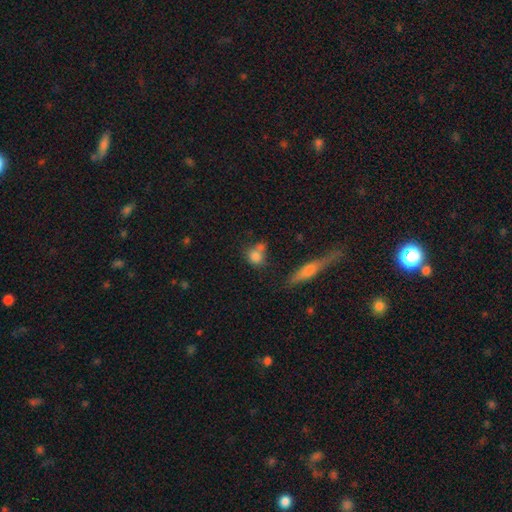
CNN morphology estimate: Q: Smooth or featured?
A: smooth (77%); runner-up: featured or disk (12%)
Q: How rounded?
A: round (58%); runner-up: in between (37%)
Q: Merging?
A: none (42%); runner-up: merger (32%)